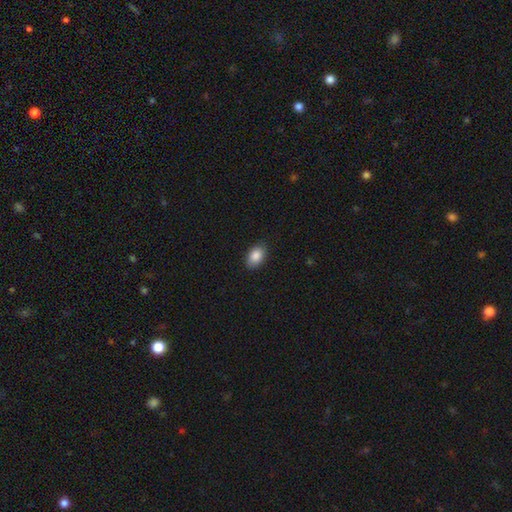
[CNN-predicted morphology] This appears to be a smooth galaxy with no disk features (87%) that is in between round and cigar-shaped (88%). Merging: none (87%).